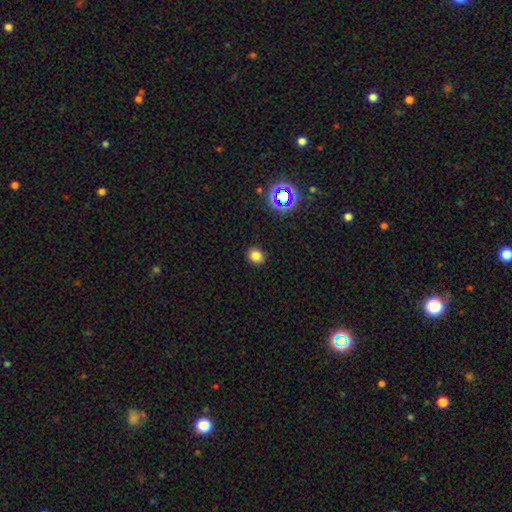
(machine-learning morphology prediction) Overall: smooth (79%). How rounded: round (66%; in between 33%). Merging: none (89%).